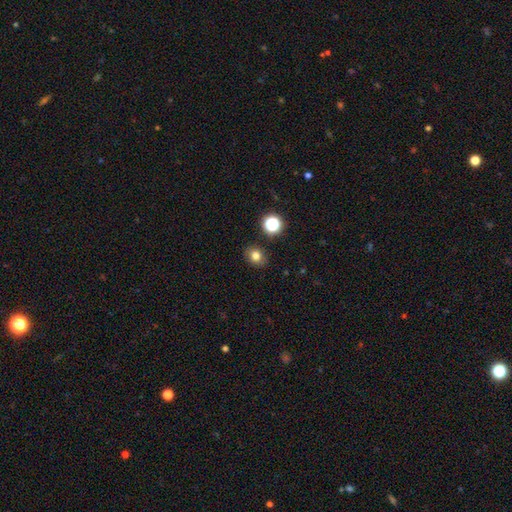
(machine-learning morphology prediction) Smooth or featured? smooth (77%)
How rounded? round (60%)
Merging? none (87%)